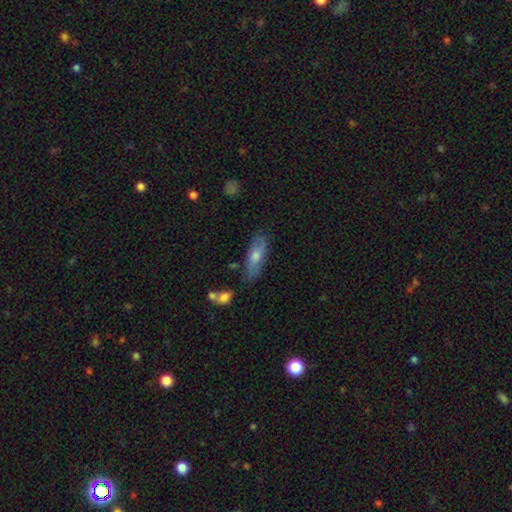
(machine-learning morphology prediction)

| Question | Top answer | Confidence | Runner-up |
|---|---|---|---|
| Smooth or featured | smooth | 61% | featured or disk (32%) |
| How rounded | in between | 54% | cigar-shaped (44%) |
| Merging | none | 76% | minor disturbance (16%) |